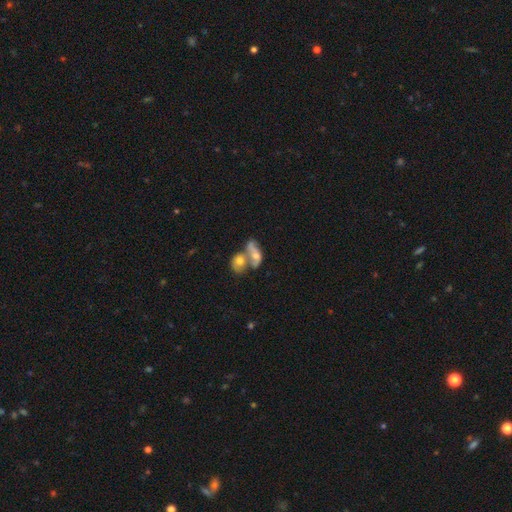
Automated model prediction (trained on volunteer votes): Smooth or featured: smooth — 48% (featured or disk — 41%)
Merging: merger — 68% (none — 17%)